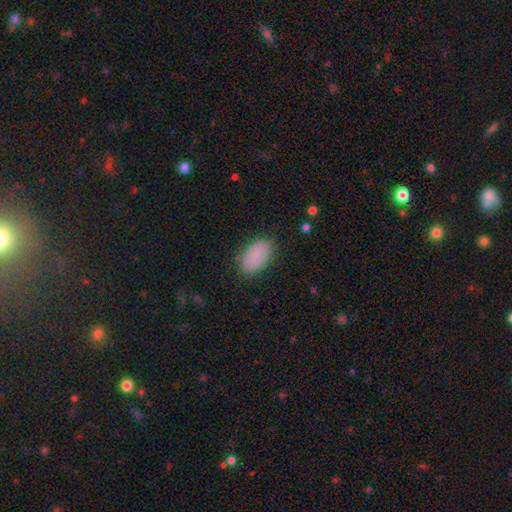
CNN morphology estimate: The model was most divided on "merging": none: 82%, minor disturbance: 14%, major disturbance: 3%, merger: 1%. More confident: how rounded — in between (93%); smooth or featured — smooth (81%).